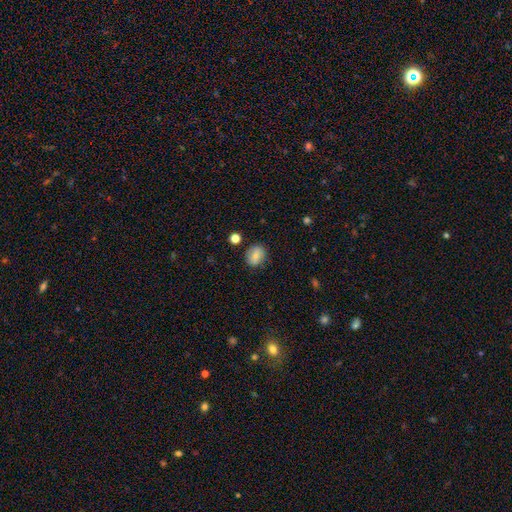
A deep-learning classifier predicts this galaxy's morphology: Smooth or featured: smooth — 78% (featured or disk — 12%)
How rounded: round — 54% (in between — 45%)
Merging: none — 81% (minor disturbance — 13%)